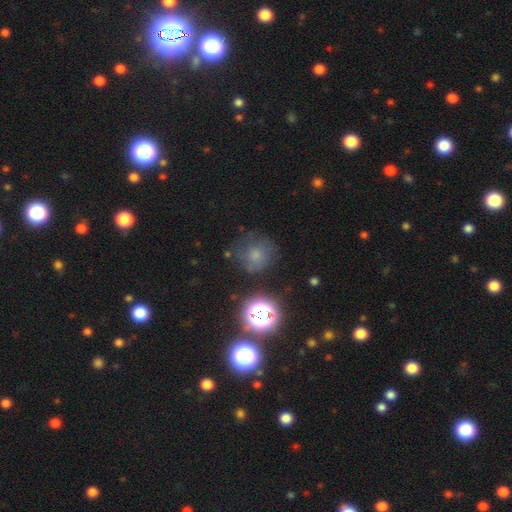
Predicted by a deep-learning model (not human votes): Q: Smooth or featured?
A: smooth (62%); runner-up: star or artifact (25%)
Q: How rounded?
A: round (87%); runner-up: in between (12%)
Q: Merging?
A: none (68%); runner-up: minor disturbance (19%)